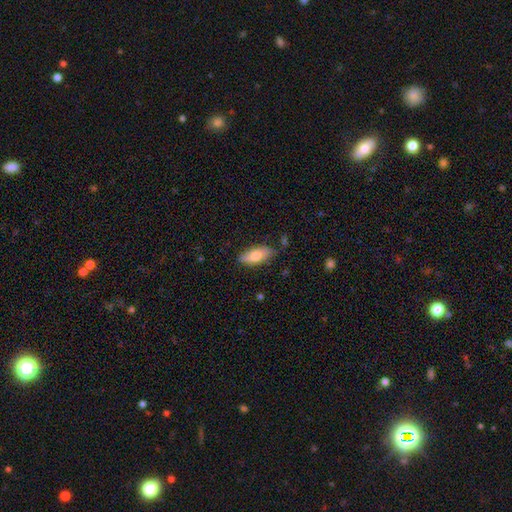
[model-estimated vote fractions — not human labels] A smooth galaxy with no disk features (73%) that is in between round and cigar-shaped (73%). Merging: none (81%).